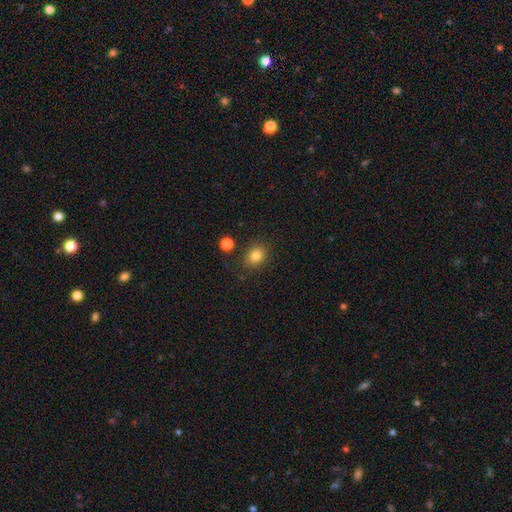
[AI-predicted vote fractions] This appears to be a smooth galaxy with no disk features (83%) that is round (58%). Merging: none (84%).